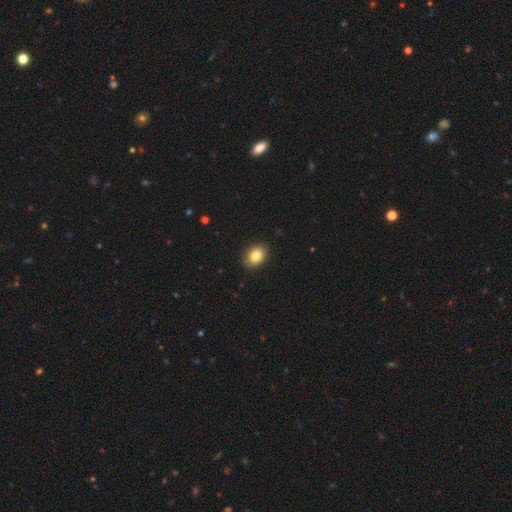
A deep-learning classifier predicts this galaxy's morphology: smooth 85%, star or artifact 8%, featured or disk 7%. Down the decision tree: how rounded — in between (76%); merging — none (89%).